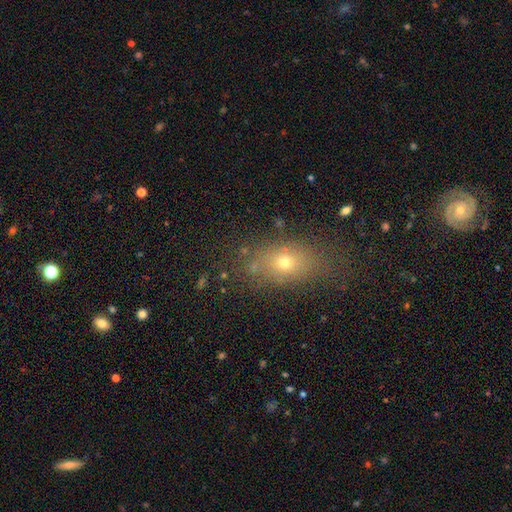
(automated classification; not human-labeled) smooth 60%, star or artifact 24%, featured or disk 16%. Down the decision tree: how rounded — in between (67%); merging — none (79%).